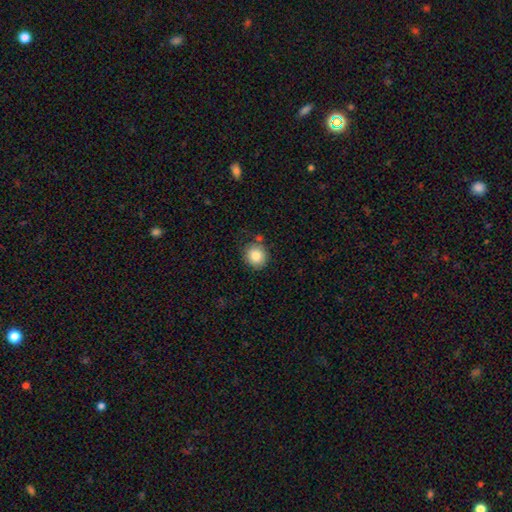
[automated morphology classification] Overall: smooth (83%). How rounded: round (85%). Merging: none (79%).